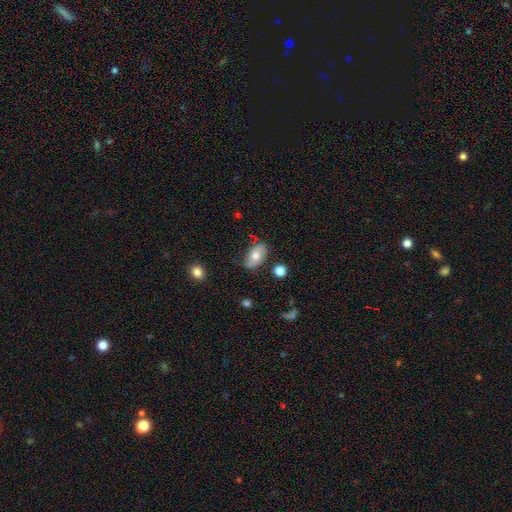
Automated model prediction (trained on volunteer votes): smooth_or_featured: smooth (p=0.63) [alt: featured or disk p=0.29]
how_rounded: in between (p=0.90) [alt: round p=0.06]
merging: none (p=0.73) [alt: minor disturbance p=0.20]